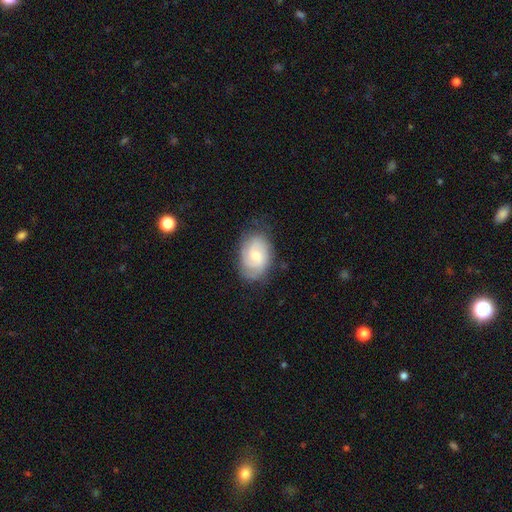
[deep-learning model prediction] A featured or disk galaxy (64%) with no bar (50%), 2 (50%) tight (49%) spiral arms (90%) and a moderate central bulge (51%).

Vote fractions:
- Smooth or featured? featured or disk: 64% / smooth: 30% / star or artifact: 6%
- Edge-on disk? no: 97% / yes: 3%
- Bar? no: 50% / weak: 44% / strong: 6%
- Spiral arms? yes: 90% / no: 10%
- Spiral winding? tight: 49% / medium: 38% / loose: 13%
- Spiral arm count? 2: 50% / can't tell: 27% / 3: 12% / 1: 5% / 4: 3% / more than 4: 2%
- Bulge size? moderate: 51% / small: 42% / large: 3% / none: 2% / dominant: 1%
- Merging? none: 73% / minor disturbance: 19% / major disturbance: 6% / merger: 1%